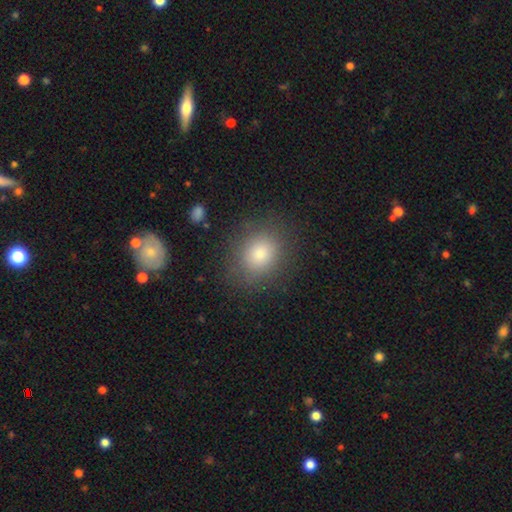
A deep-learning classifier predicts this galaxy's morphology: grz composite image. It shows a smooth galaxy with no disk features (80%) that is round (58%). Merging: none (82%).